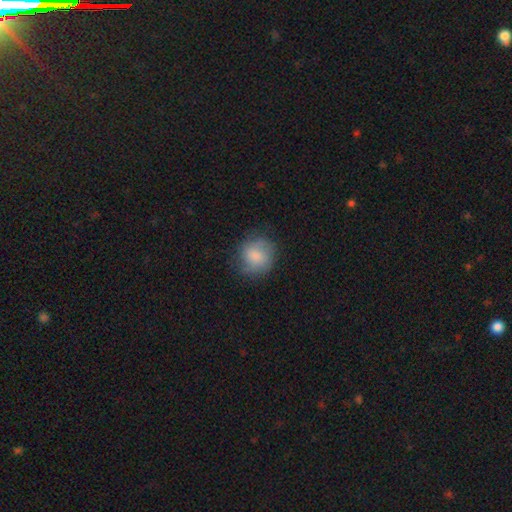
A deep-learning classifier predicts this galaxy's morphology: A smooth galaxy with no disk features (72%) that is round (86%).

Vote fractions:
- Smooth or featured? smooth: 72% / featured or disk: 21% / star or artifact: 7%
- How rounded? round: 86% / in between: 13% / cigar-shaped: 1%
- Merging? none: 71% / minor disturbance: 20% / major disturbance: 8% / merger: 1%